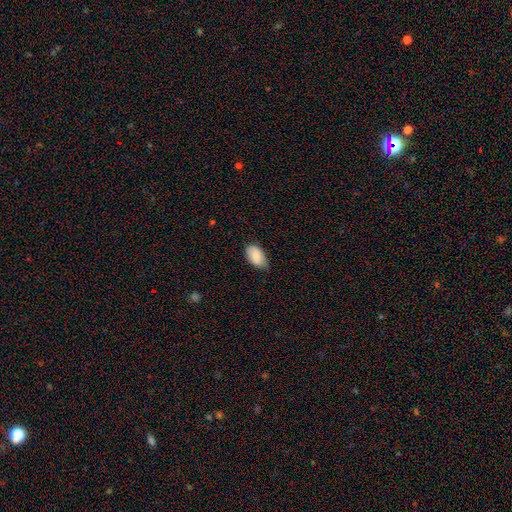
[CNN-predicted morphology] Overall: smooth (87%). How rounded: in between (93%). Merging: none (64%; minor disturbance 31%).